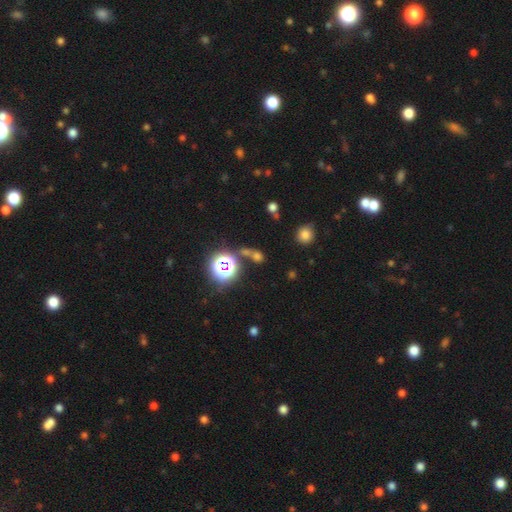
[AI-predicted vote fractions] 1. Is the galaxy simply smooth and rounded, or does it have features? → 45% smooth, 44% star or artifact, 11% featured or disk.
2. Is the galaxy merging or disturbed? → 57% none, 24% merger, 11% minor disturbance, 7% major disturbance.